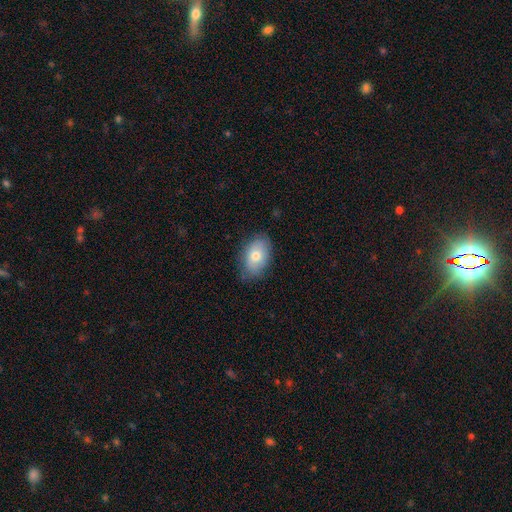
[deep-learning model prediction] smooth 73%, featured or disk 20%, star or artifact 8%. Down the decision tree: how rounded — in between (87%); merging — none (79%).